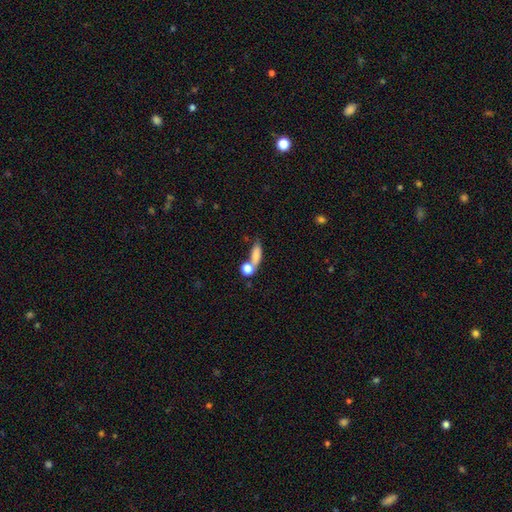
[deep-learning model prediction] The model was most divided on "merging": none: 45%, merger: 32%, minor disturbance: 14%, major disturbance: 9%. More confident: smooth or featured — smooth (79%); how rounded — in between (56%).